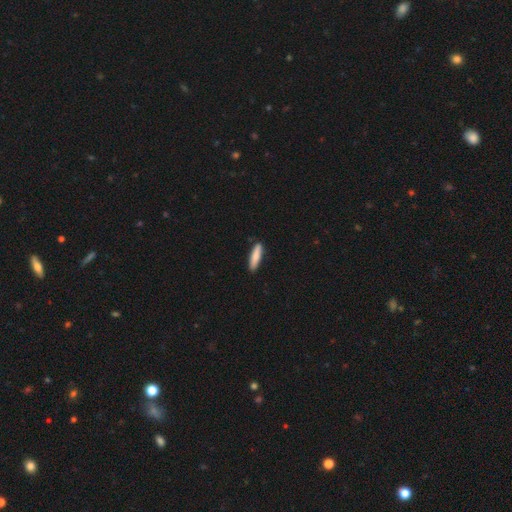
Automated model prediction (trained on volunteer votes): Smooth or featured? Predicted: smooth (p=0.84). How rounded? Predicted: cigar-shaped (p=0.80). Merging? Predicted: none (p=0.88).